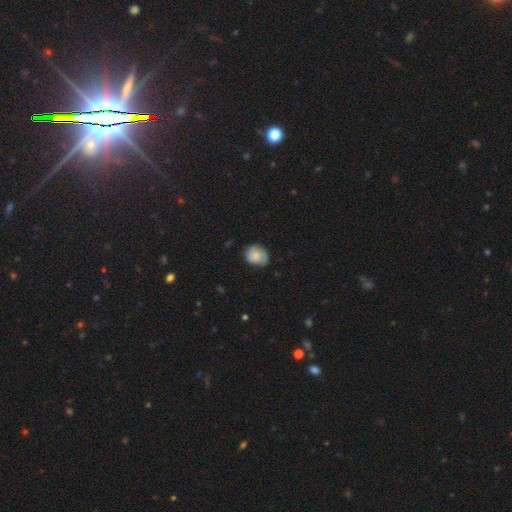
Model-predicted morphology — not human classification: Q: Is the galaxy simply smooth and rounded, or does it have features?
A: smooth — 81%.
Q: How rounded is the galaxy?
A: round — 65%.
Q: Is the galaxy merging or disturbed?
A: none — 66%.